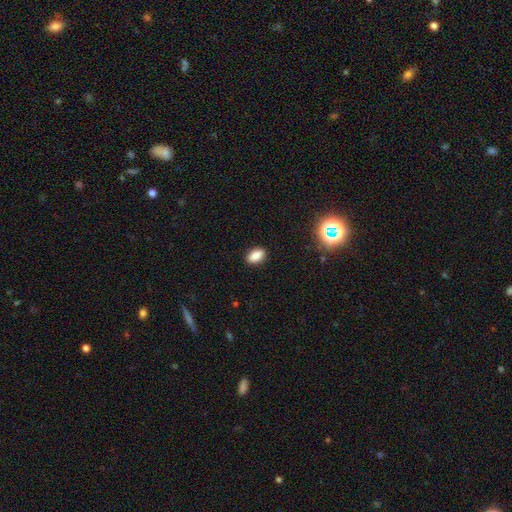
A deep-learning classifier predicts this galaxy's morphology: Smooth or featured? Predicted: smooth (p=0.84). How rounded? Predicted: in between (p=0.89). Merging? Predicted: none (p=0.89).